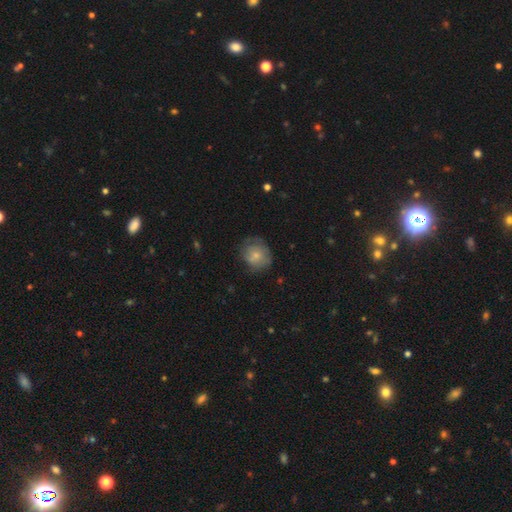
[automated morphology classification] Smooth or featured?
  - smooth: 71% *
  - featured or disk: 20%
  - star or artifact: 8%
How rounded?
  - round: 80% *
  - in between: 19%
  - cigar-shaped: 1%
Merging?
  - none: 61% *
  - minor disturbance: 26%
  - major disturbance: 10%
  - merger: 2%